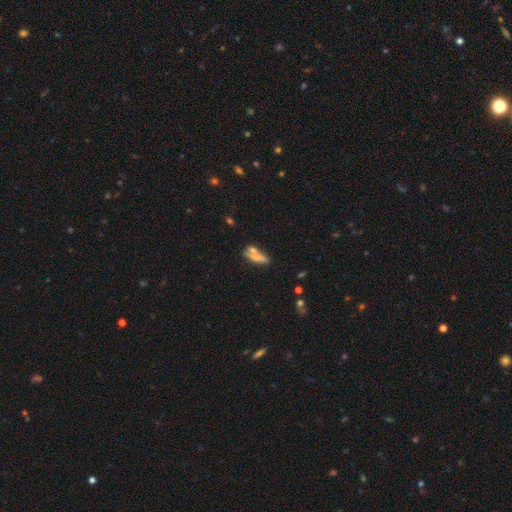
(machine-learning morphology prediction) A smooth galaxy with no disk features (63%) that is cigar-shaped (50%). Merging: none (43%).